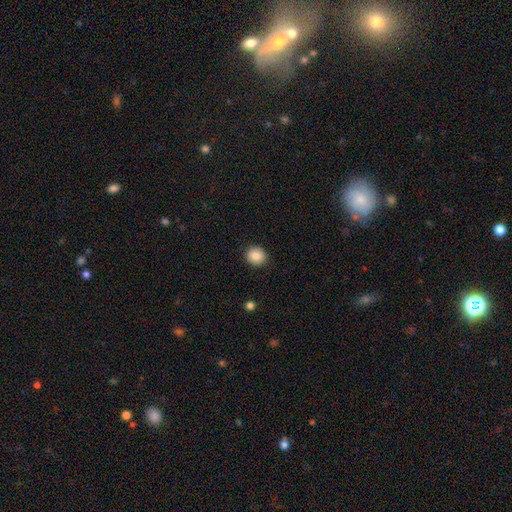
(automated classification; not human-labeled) Morphology: type=smooth (85%); roundness=round (89%); merging=none (91%).